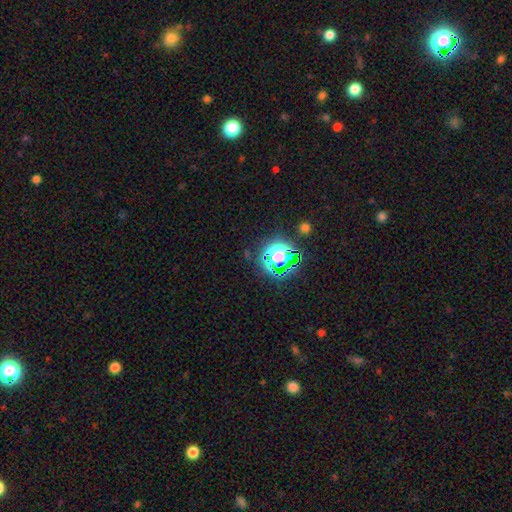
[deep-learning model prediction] This appears to be a star or artifact, not a galaxy (72%).